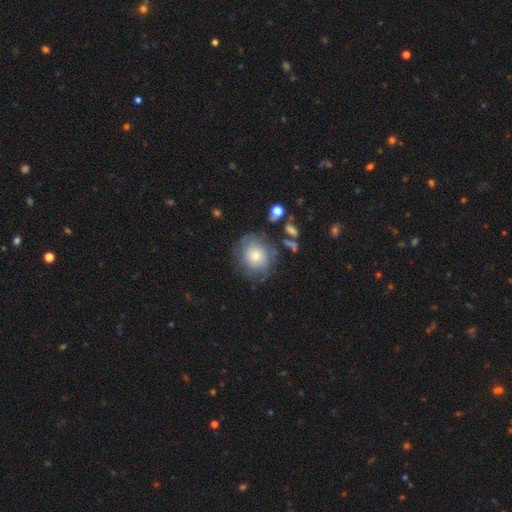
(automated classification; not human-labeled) Smooth or featured: smooth — 68% (featured or disk — 23%)
How rounded: round — 82% (in between — 17%)
Merging: none — 68% (minor disturbance — 19%)